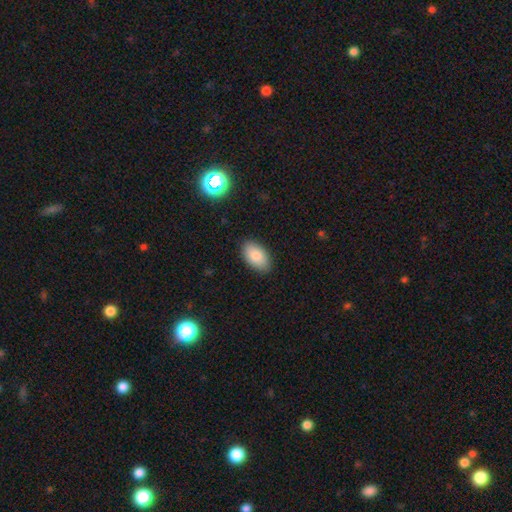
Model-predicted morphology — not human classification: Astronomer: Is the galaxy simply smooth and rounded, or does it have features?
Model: smooth — 85%.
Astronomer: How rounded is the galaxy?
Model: in between — 95%.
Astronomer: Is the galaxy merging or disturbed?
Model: none — 88%.